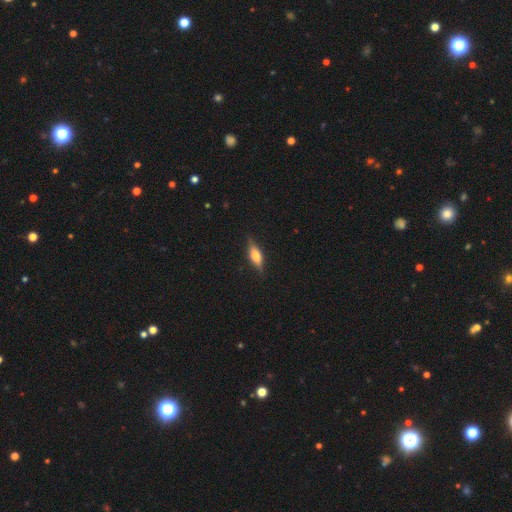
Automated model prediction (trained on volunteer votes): Overall: featured or disk (48%; smooth 45%). Merging: none (83%).